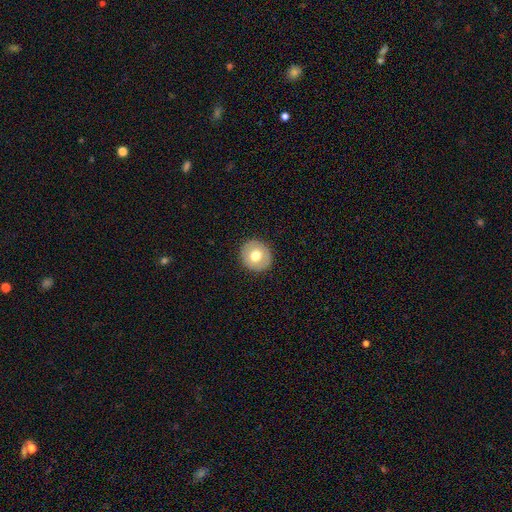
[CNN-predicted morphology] The model was most divided on "smooth or featured": smooth: 71%, featured or disk: 21%, star or artifact: 8%. More confident: merging — none (91%); how rounded — round (91%).